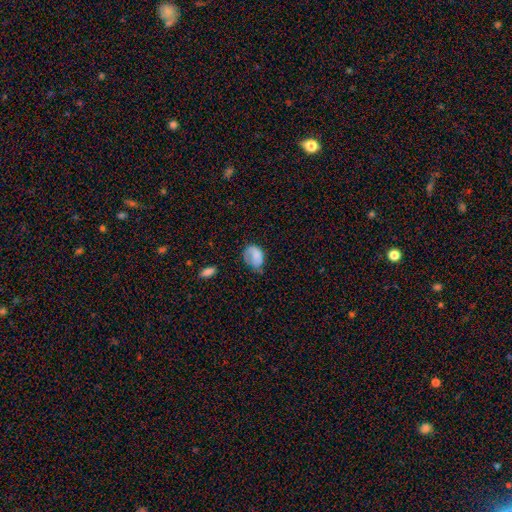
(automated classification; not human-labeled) smooth_or_featured: smooth (p=0.72) [alt: featured or disk p=0.19]
how_rounded: in between (p=0.73) [alt: round p=0.26]
merging: none (p=0.38) [alt: minor disturbance p=0.36]